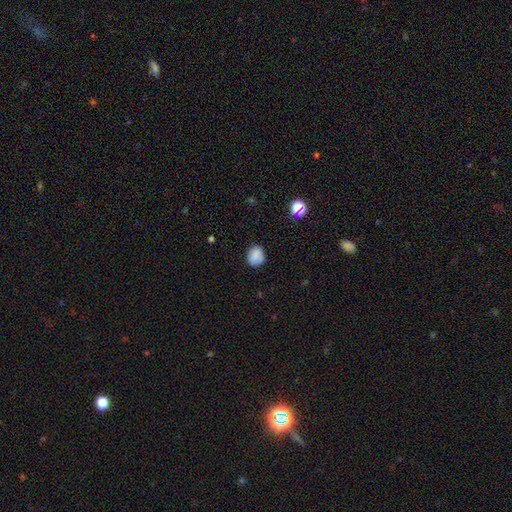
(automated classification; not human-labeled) A smooth galaxy with no disk features (81%) that is round (69%).

Vote fractions:
- Smooth or featured? smooth: 81% / star or artifact: 10% / featured or disk: 9%
- How rounded? round: 69% / in between: 30% / cigar-shaped: 1%
- Merging? none: 78% / minor disturbance: 16% / major disturbance: 3% / merger: 2%